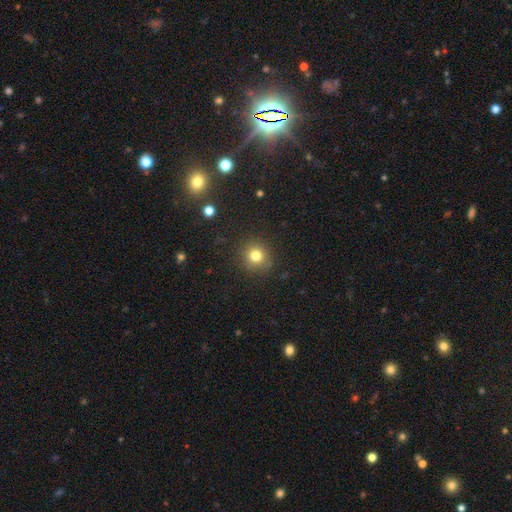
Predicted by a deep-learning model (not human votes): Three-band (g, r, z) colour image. It shows a smooth galaxy with no disk features (80%) that is round (91%). Merging: none (88%).